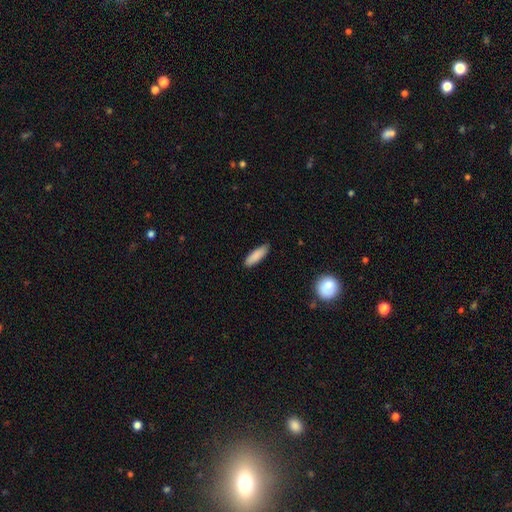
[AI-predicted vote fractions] Q: Smooth or featured?
A: smooth (88%); runner-up: star or artifact (6%)
Q: How rounded?
A: cigar-shaped (51%); runner-up: in between (47%)
Q: Merging?
A: none (86%); runner-up: minor disturbance (11%)